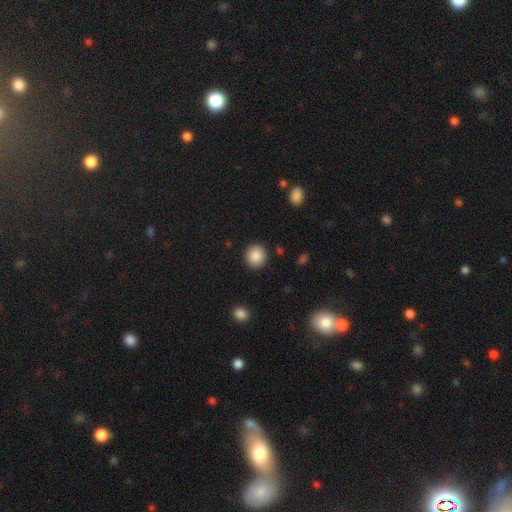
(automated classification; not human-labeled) A smooth galaxy with no disk features (88%) that is round (87%). Merging: none (91%).